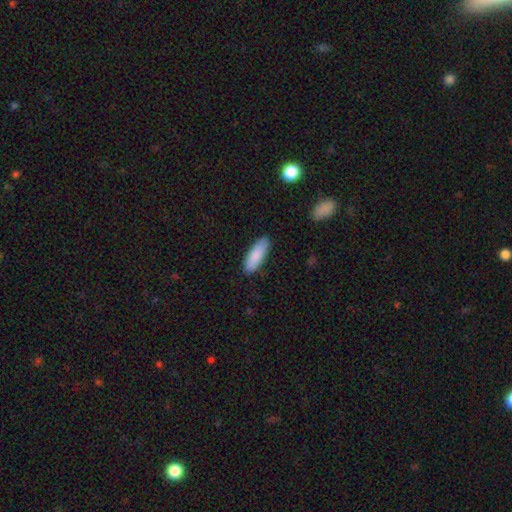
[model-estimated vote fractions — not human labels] A smooth galaxy with no disk features (89%) that is in between round and cigar-shaped (59%). Merging: none (88%).